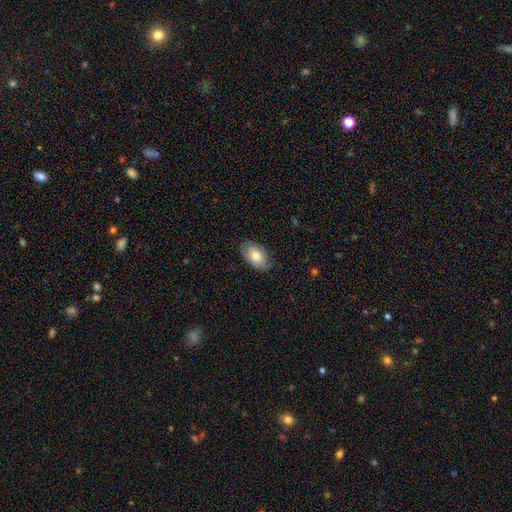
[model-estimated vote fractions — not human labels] Smooth or featured? smooth (73%)
How rounded? in between (93%)
Merging? none (76%)